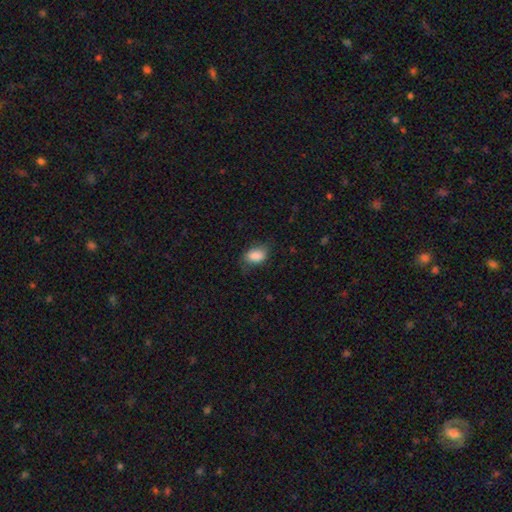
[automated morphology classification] smooth 85%, featured or disk 8%, star or artifact 7%. Down the decision tree: how rounded — in between (85%); merging — none (66%).